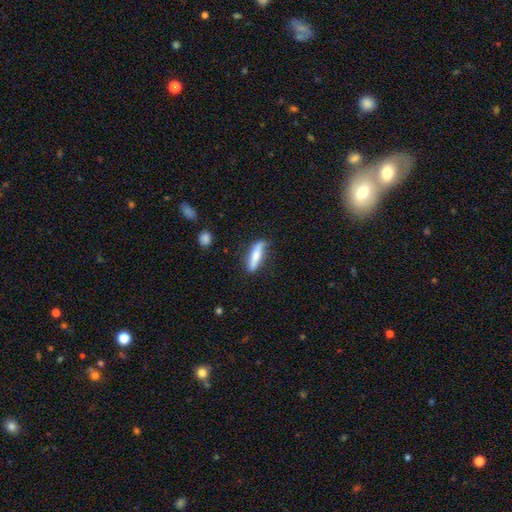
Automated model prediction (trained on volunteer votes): Smooth or featured? smooth (67%)
How rounded? cigar-shaped (74%)
Merging? none (74%)